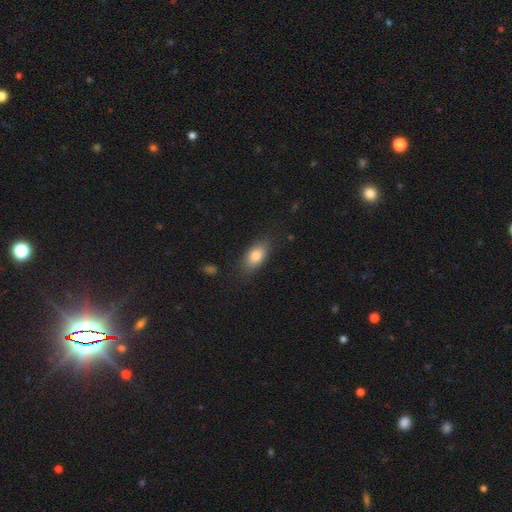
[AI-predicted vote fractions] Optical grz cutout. It shows a smooth galaxy with no disk features (81%) that is in between round and cigar-shaped (87%). Merging: none (81%).